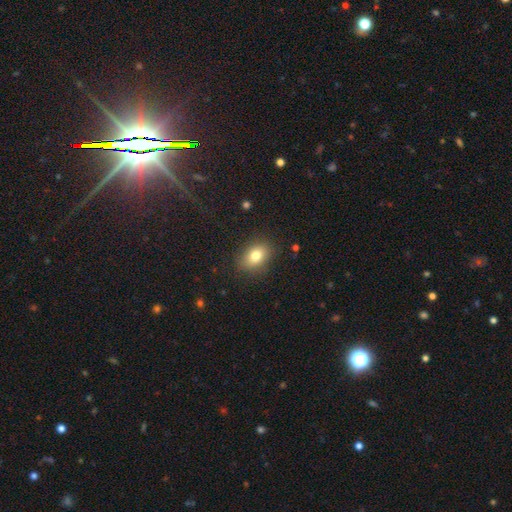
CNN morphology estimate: This is likely a smooth galaxy (79%). How rounded: likely in between (75%). Merging: clearly none (85%).